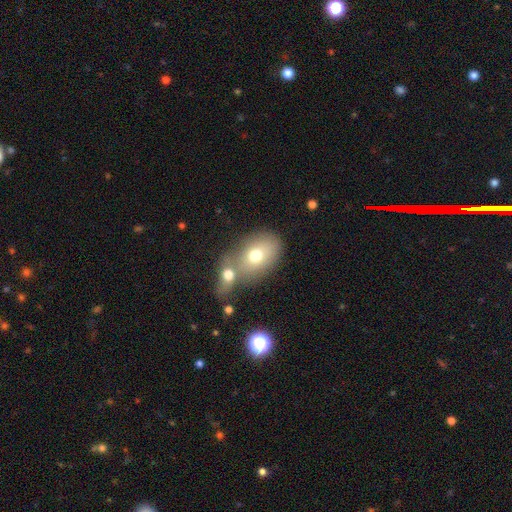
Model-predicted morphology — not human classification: Q: Smooth or featured?
A: smooth (71%); runner-up: featured or disk (20%)
Q: How rounded?
A: in between (76%); runner-up: round (23%)
Q: Merging?
A: merger (45%); runner-up: none (39%)